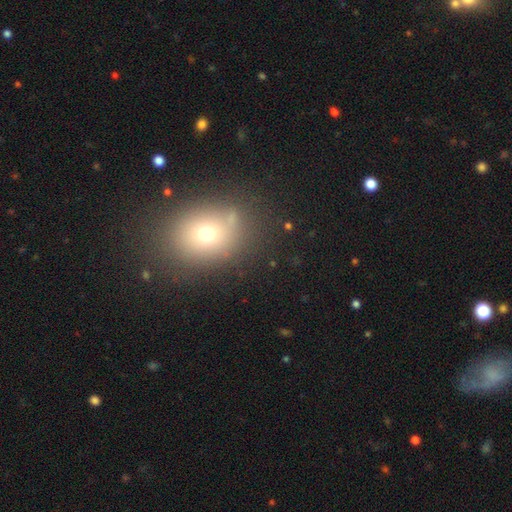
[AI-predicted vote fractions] Morphology: type=smooth (62%); roundness=round (50%); merging=none (78%).